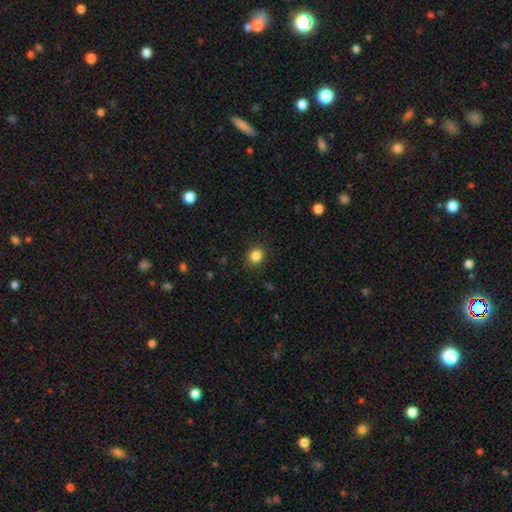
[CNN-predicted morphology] A smooth galaxy with no disk features (86%) that is round (77%).

Vote fractions:
- Smooth or featured? smooth: 86% / star or artifact: 11% / featured or disk: 4%
- How rounded? round: 77% / in between: 22% / cigar-shaped: 1%
- Merging? none: 89% / minor disturbance: 8% / major disturbance: 3% / merger: 1%